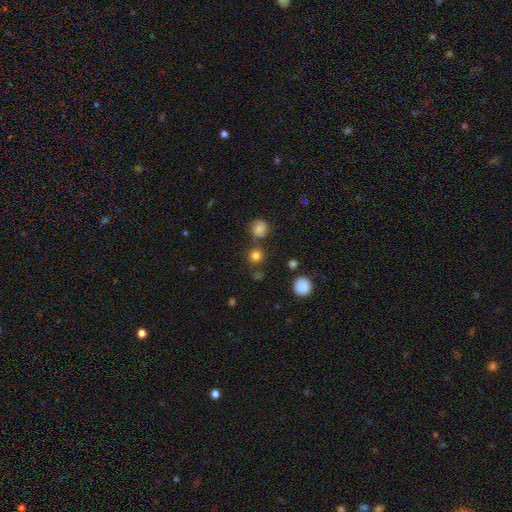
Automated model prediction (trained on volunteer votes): This is clearly a smooth galaxy (80%). How rounded: clearly round (91%). Merging: likely none (77%).